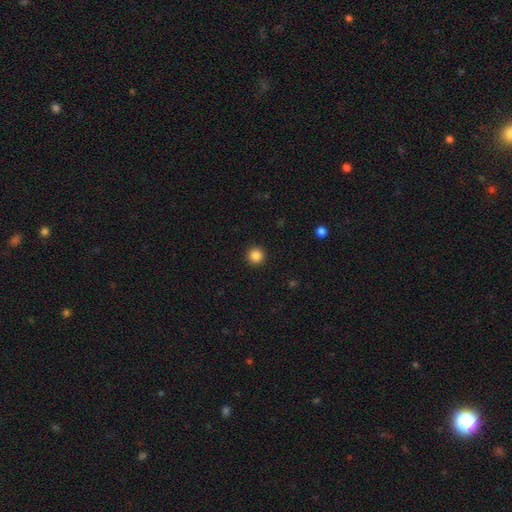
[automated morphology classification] The model was most divided on "smooth or featured": smooth: 85%, star or artifact: 11%, featured or disk: 4%. More confident: how rounded — round (96%); merging — none (94%).